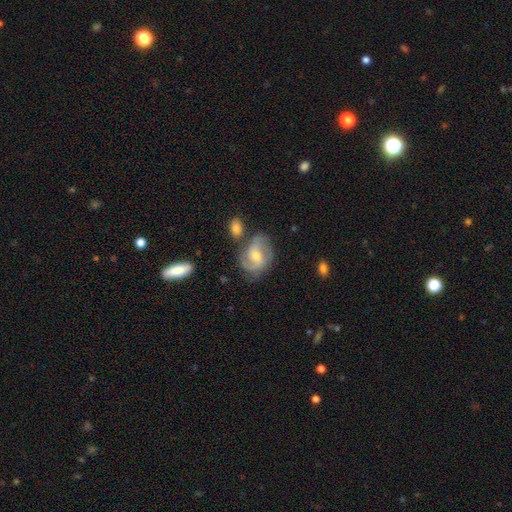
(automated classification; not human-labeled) featured or disk 81%, smooth 14%, star or artifact 6%. Down the decision tree: edge-on disk — no (97%); bar — weak (46%); spiral arms — yes (95%); spiral arm count — 2 (71%); spiral winding — medium (51%); bulge size — moderate (49%); merging — none (65%).